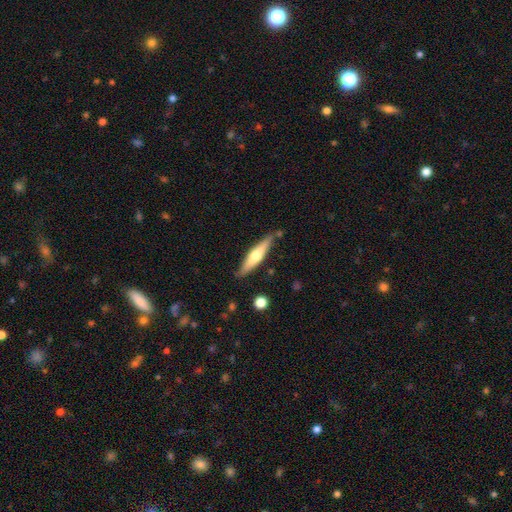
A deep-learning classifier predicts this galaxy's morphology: featured or disk 50%, smooth 45%, star or artifact 5%. Down the decision tree: merging — none (83%).